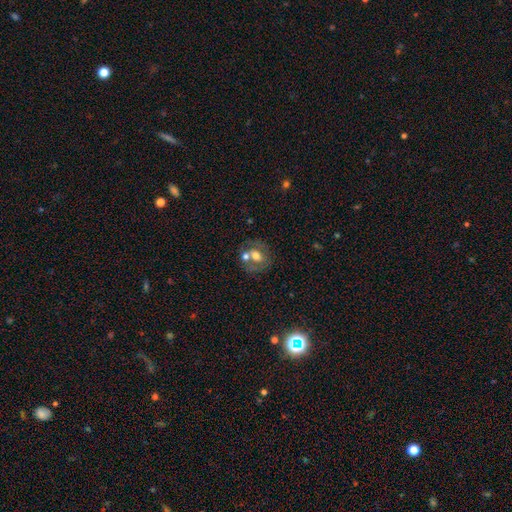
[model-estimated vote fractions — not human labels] Q: Smooth or featured?
A: smooth (50%); runner-up: featured or disk (39%)
Q: How rounded?
A: round (64%); runner-up: in between (35%)
Q: Merging?
A: none (47%); runner-up: merger (33%)